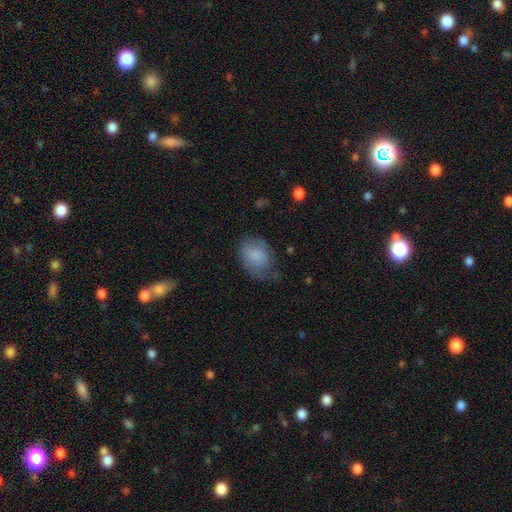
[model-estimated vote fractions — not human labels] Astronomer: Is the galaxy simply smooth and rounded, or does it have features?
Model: smooth — 79%.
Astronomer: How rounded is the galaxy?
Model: in between — 71%.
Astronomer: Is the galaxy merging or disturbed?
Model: none — 47% (runner-up: minor disturbance, 34%).